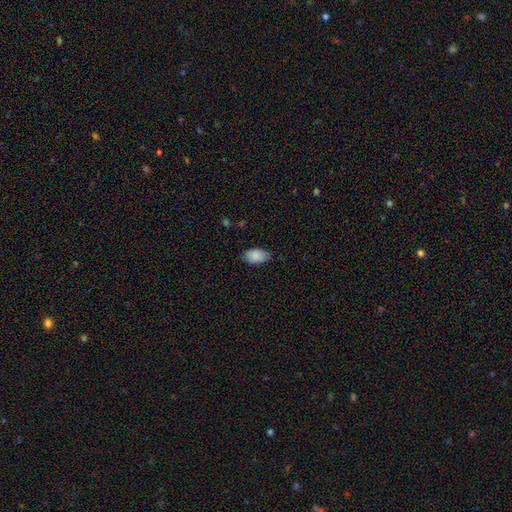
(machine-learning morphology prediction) Smooth or featured? Predicted: smooth (p=0.87). How rounded? Predicted: in between (p=0.93). Merging? Predicted: none (p=0.76).